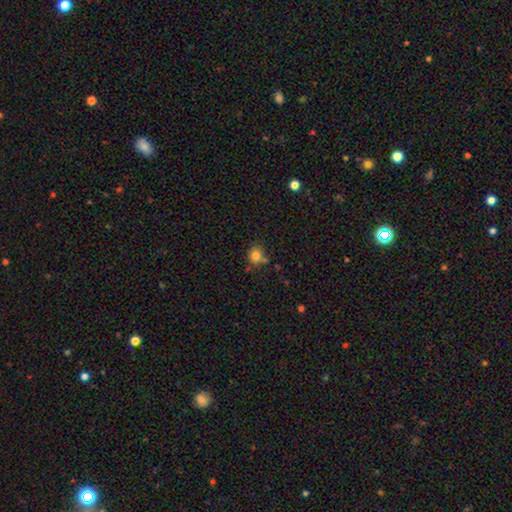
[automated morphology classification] A smooth galaxy with no disk features (81%) that is round (82%).

Vote fractions:
- Smooth or featured? smooth: 81% / star or artifact: 12% / featured or disk: 7%
- How rounded? round: 82% / in between: 17% / cigar-shaped: 1%
- Merging? none: 71% / minor disturbance: 14% / merger: 12% / major disturbance: 4%